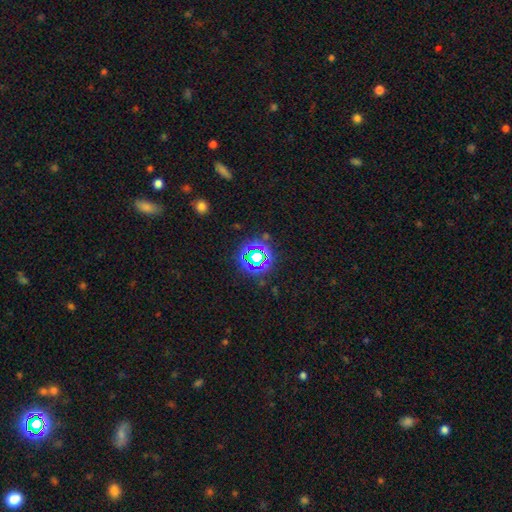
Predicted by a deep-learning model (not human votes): A star or artifact, not a galaxy (67%).